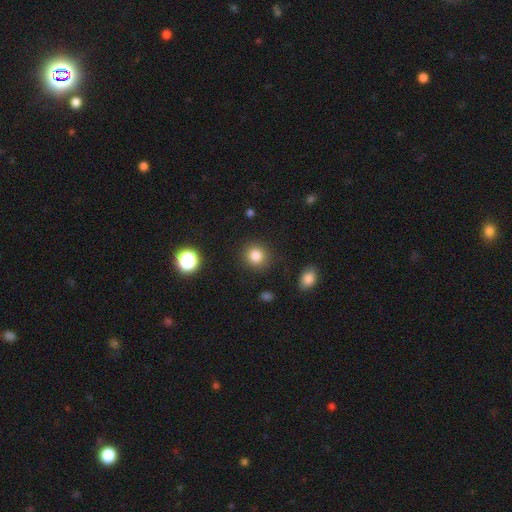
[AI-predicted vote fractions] smooth 83%, star or artifact 12%, featured or disk 5%. Down the decision tree: how rounded — round (89%); merging — none (88%).